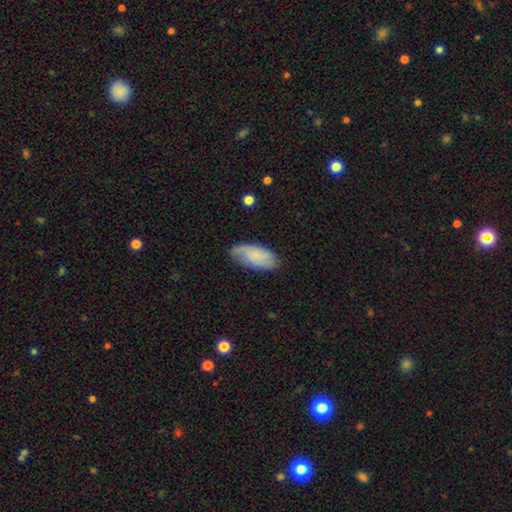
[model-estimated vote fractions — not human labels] The model was most divided on "smooth or featured": smooth: 58%, featured or disk: 35%, star or artifact: 7%. More confident: how rounded — in between (90%); merging — none (71%).